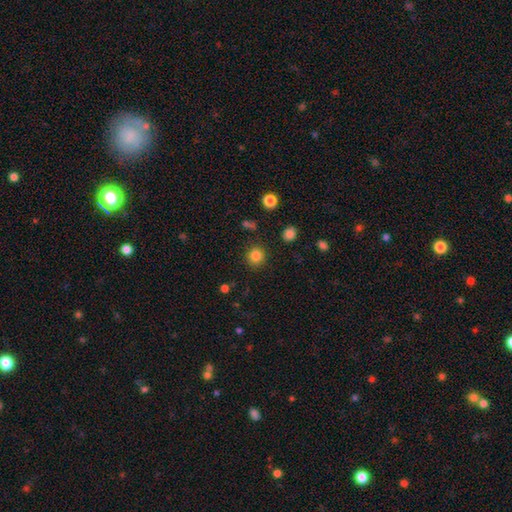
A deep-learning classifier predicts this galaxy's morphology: A smooth galaxy with no disk features (84%) that is round (91%).

Vote fractions:
- Smooth or featured? smooth: 84% / star or artifact: 12% / featured or disk: 4%
- How rounded? round: 91% / in between: 8% / cigar-shaped: 1%
- Merging? none: 88% / minor disturbance: 7% / major disturbance: 3% / merger: 2%